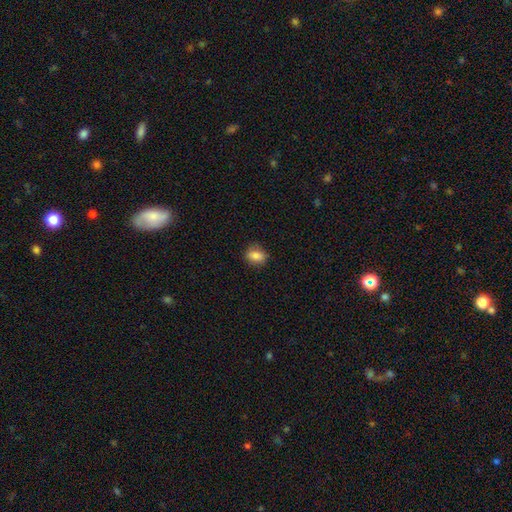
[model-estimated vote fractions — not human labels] smooth 83%, star or artifact 9%, featured or disk 8%. Down the decision tree: how rounded — in between (58%); merging — none (83%).